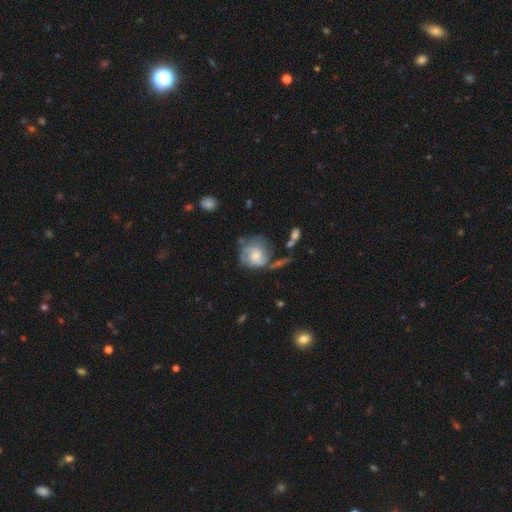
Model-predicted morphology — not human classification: Overall: featured or disk (66%; smooth 27%). Edge-on disk: no (97%). Bar: no (58%; weak 36%). Spiral arms: yes (87%). Spiral arm count: 2 (59%; can't tell 20%). Spiral winding: medium (42%; tight 38%). Bulge size: moderate (46%; small 32%). Merging: none (48%; minor disturbance 24%).